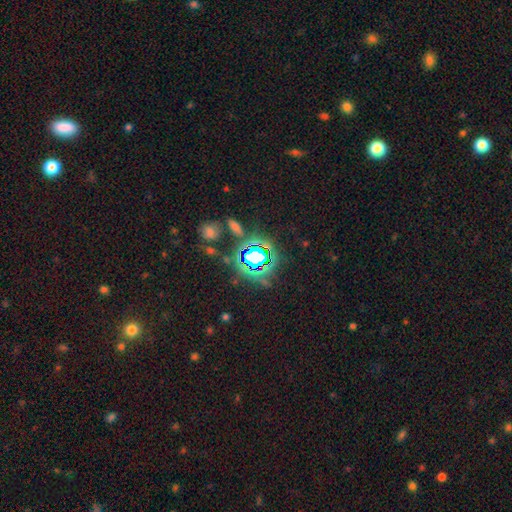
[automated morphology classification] Q: Smooth or featured?
A: star or artifact (71%); runner-up: smooth (18%)